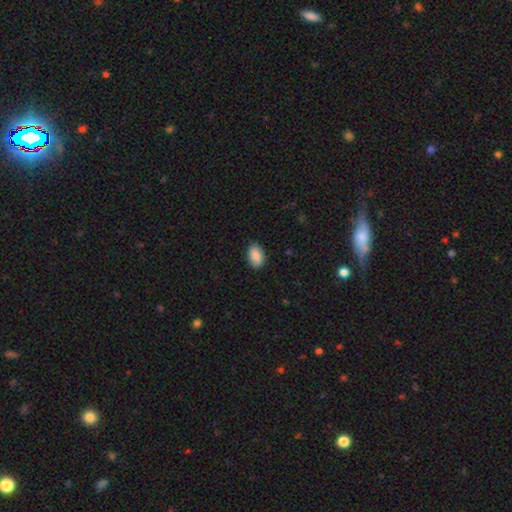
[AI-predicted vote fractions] This appears to be a smooth galaxy with no disk features (87%) that is in between round and cigar-shaped (90%). Merging: none (84%).